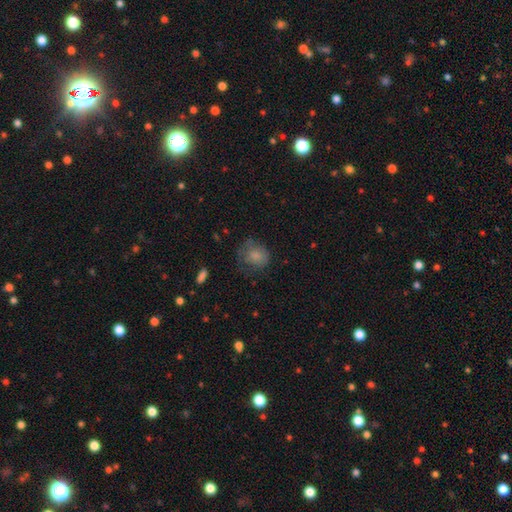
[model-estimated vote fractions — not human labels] The model was most divided on "merging": none: 51%, minor disturbance: 28%, major disturbance: 20%, merger: 2%. More confident: smooth or featured — smooth (77%); how rounded — round (69%).